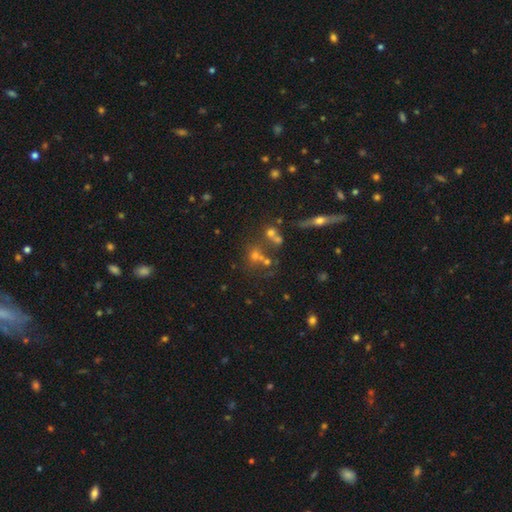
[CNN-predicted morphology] The model was most divided on "smooth or featured": smooth: 43%, star or artifact: 30%, featured or disk: 28%. Remaining: merging — none (48%).